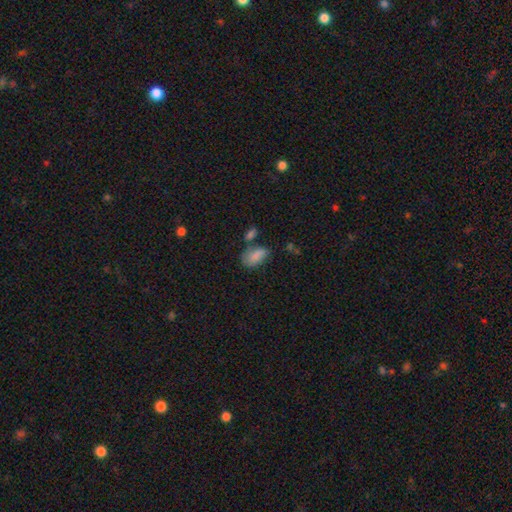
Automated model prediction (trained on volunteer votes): Smooth or featured?
  - smooth: 81% *
  - featured or disk: 10%
  - star or artifact: 9%
How rounded?
  - in between: 91% *
  - round: 6%
  - cigar-shaped: 3%
Merging?
  - none: 44% *
  - minor disturbance: 26%
  - merger: 18%
  - major disturbance: 12%